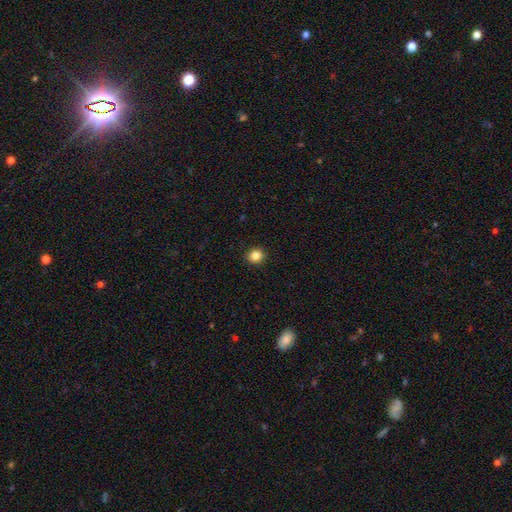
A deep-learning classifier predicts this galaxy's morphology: Q: Smooth or featured?
A: smooth (85%); runner-up: star or artifact (11%)
Q: How rounded?
A: round (85%); runner-up: in between (14%)
Q: Merging?
A: none (92%); runner-up: minor disturbance (5%)